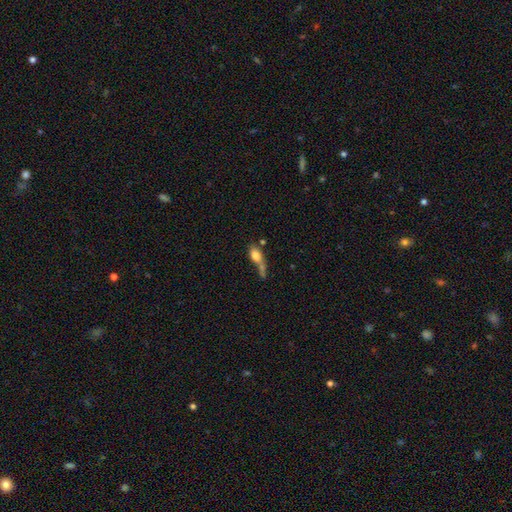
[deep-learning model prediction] Morphology: type=smooth (72%); roundness=in between (71%); merging=merger (40%).